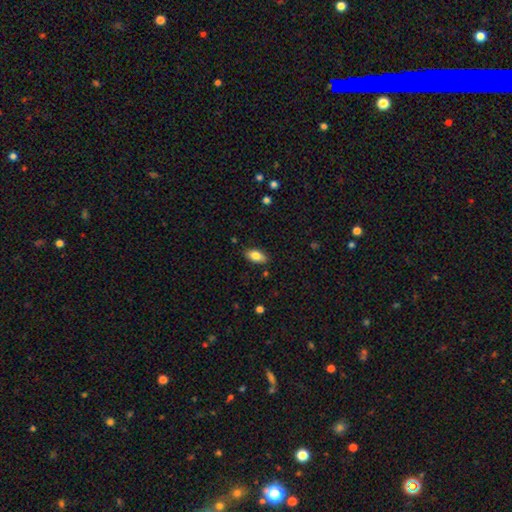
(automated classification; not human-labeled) Smooth or featured: smooth — 82% (featured or disk — 11%)
How rounded: in between — 90% (cigar-shaped — 6%)
Merging: none — 85% (minor disturbance — 11%)